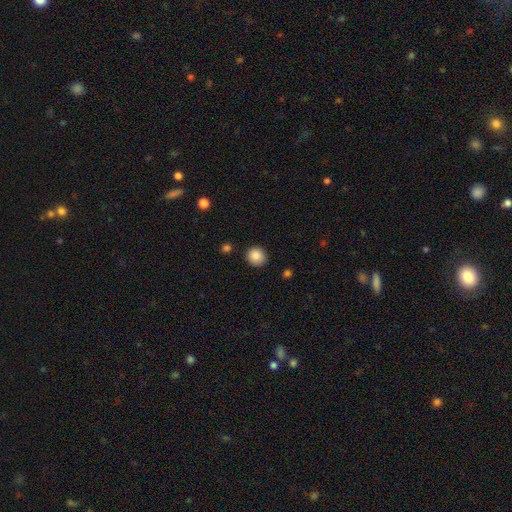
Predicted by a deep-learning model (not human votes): smooth-or-featured: smooth: 87% | star or artifact: 9% | featured or disk: 4%
  how-rounded: round: 92% | in between: 7% | cigar-shaped: 1%
  merging: none: 91% | minor disturbance: 6% | major disturbance: 2% | merger: 1%